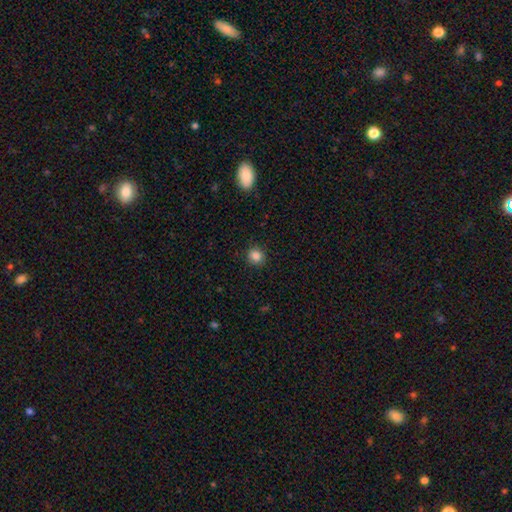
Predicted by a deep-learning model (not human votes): A smooth galaxy with no disk features (85%) that is round (90%).

Vote fractions:
- Smooth or featured? smooth: 85% / star or artifact: 11% / featured or disk: 4%
- How rounded? round: 90% / in between: 10% / cigar-shaped: 1%
- Merging? none: 91% / minor disturbance: 6% / major disturbance: 2% / merger: 1%